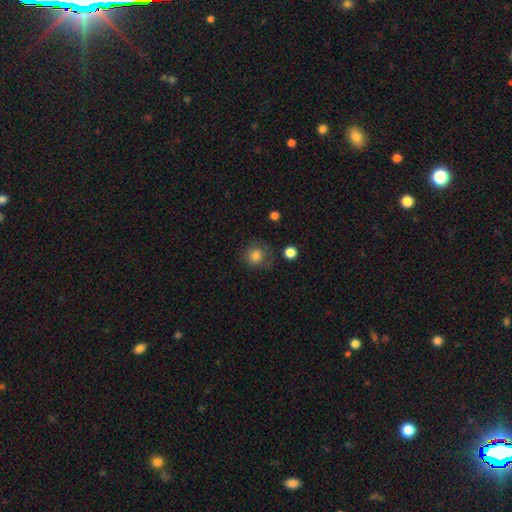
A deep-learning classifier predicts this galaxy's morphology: Smooth or featured? smooth (82%)
How rounded? round (86%)
Merging? none (73%)